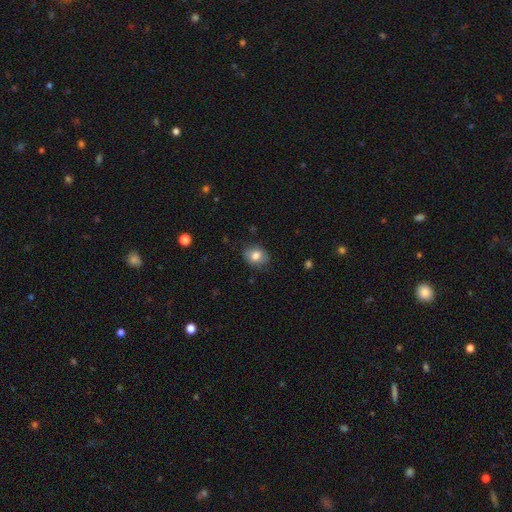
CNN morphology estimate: The model was most divided on "how rounded": in between: 57%, round: 43%, cigar-shaped: 1%. More confident: merging — none (78%); smooth or featured — smooth (77%).